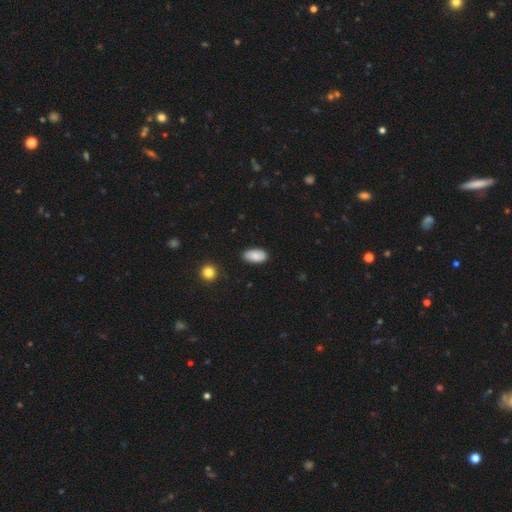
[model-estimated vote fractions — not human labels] Smooth or featured? smooth (85%)
How rounded? in between (94%)
Merging? none (83%)